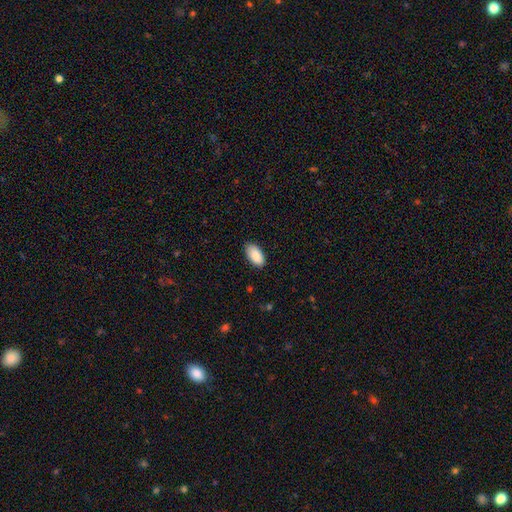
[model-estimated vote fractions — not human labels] A smooth galaxy with no disk features (90%) that is in between round and cigar-shaped (95%). Merging: none (84%).